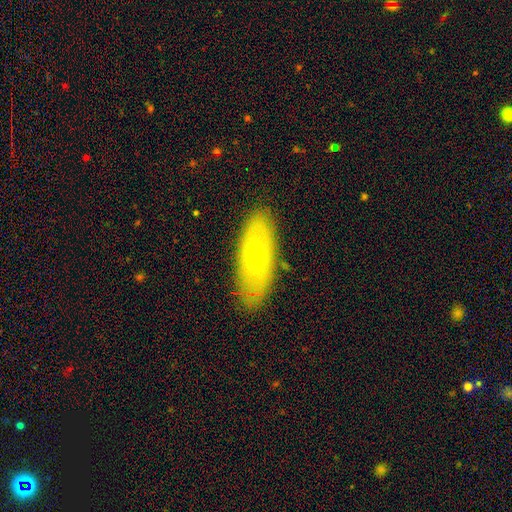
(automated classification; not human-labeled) Smooth or featured?
  - featured or disk: 47% *
  - smooth: 46%
  - star or artifact: 7%
Merging?
  - none: 83% *
  - minor disturbance: 13%
  - major disturbance: 3%
  - merger: 2%